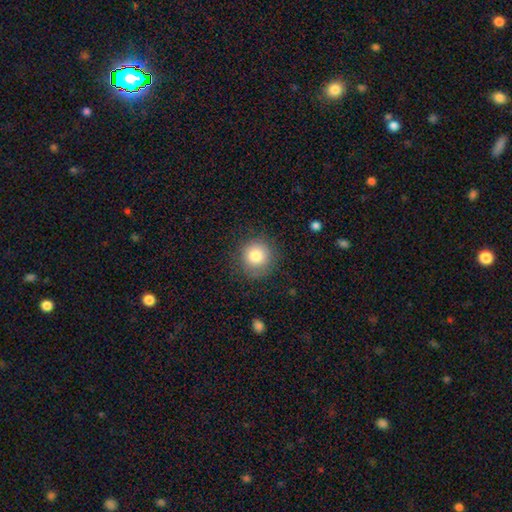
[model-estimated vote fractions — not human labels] Smooth or featured? smooth (81%)
How rounded? round (93%)
Merging? none (83%)